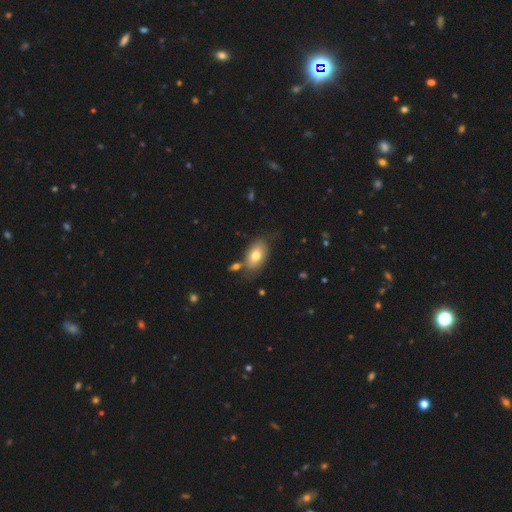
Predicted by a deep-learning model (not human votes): Smooth or featured?
  - smooth: 75% *
  - featured or disk: 17%
  - star or artifact: 8%
How rounded?
  - in between: 90% *
  - round: 8%
  - cigar-shaped: 2%
Merging?
  - none: 70% *
  - minor disturbance: 17%
  - merger: 8%
  - major disturbance: 5%